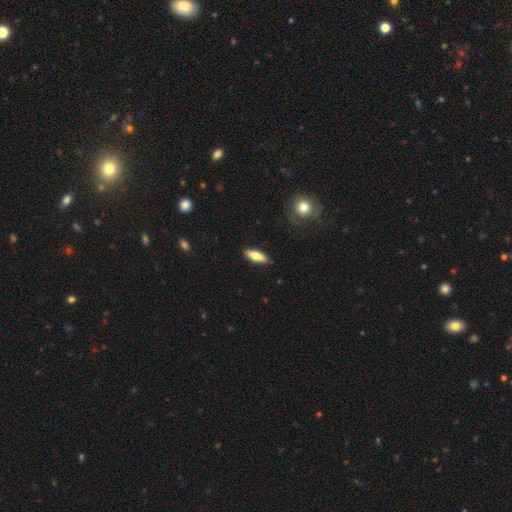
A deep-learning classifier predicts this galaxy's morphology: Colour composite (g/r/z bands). It shows a smooth galaxy with no disk features (67%) that is in between round and cigar-shaped (61%). Merging: none (88%).